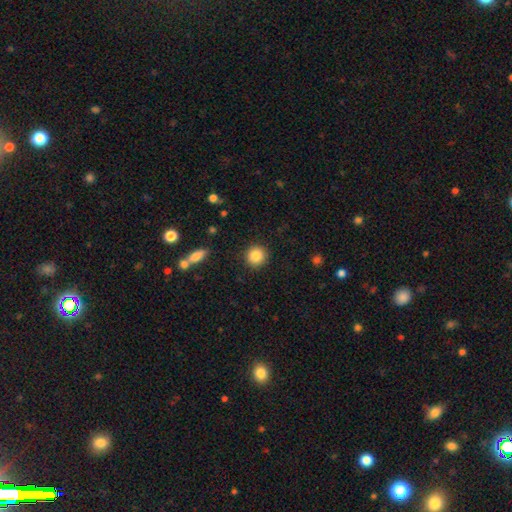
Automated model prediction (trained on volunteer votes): Morphology: type=smooth (86%); roundness=round (92%); merging=none (90%).